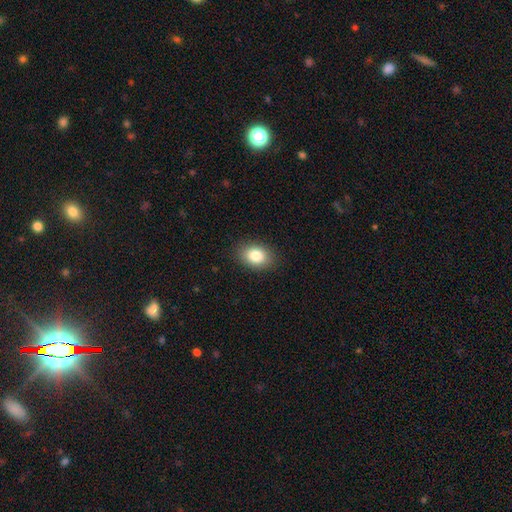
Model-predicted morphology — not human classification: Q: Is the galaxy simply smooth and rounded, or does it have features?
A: smooth — 84%.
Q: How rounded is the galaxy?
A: in between — 73%.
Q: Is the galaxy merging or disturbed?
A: none — 87%.